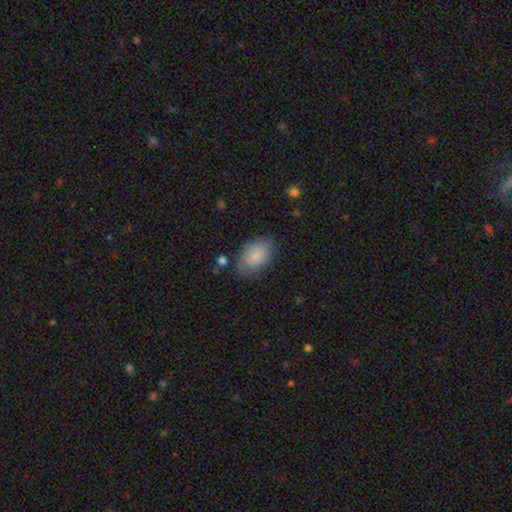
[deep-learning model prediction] A smooth galaxy with no disk features (82%) that is in between round and cigar-shaped (89%).

Vote fractions:
- Smooth or featured? smooth: 82% / featured or disk: 12% / star or artifact: 7%
- How rounded? in between: 89% / round: 9% / cigar-shaped: 1%
- Merging? none: 73% / minor disturbance: 20% / major disturbance: 5% / merger: 2%